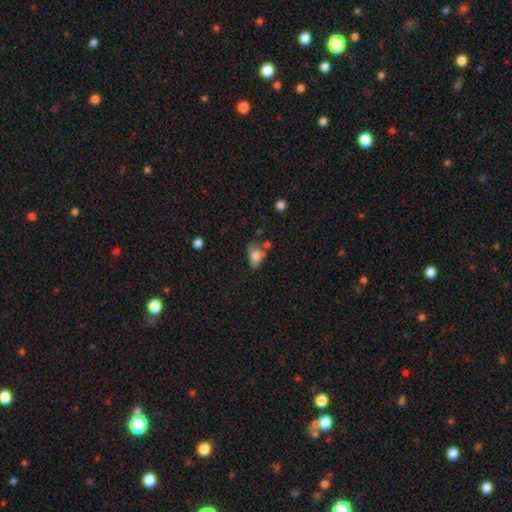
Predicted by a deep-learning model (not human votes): The model was most divided on "merging": none: 34%, minor disturbance: 27%, merger: 22%, major disturbance: 17%. More confident: how rounded — in between (84%); smooth or featured — smooth (75%).